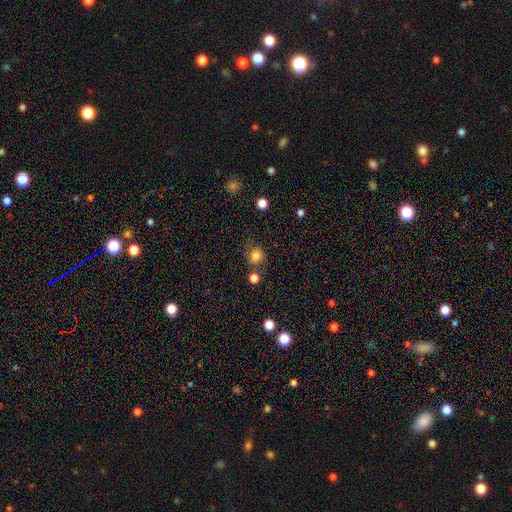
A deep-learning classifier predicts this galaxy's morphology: A smooth galaxy with no disk features (81%) that is round (77%).

Vote fractions:
- Smooth or featured? smooth: 81% / star or artifact: 12% / featured or disk: 8%
- How rounded? round: 77% / in between: 22% / cigar-shaped: 1%
- Merging? none: 66% / minor disturbance: 17% / merger: 11% / major disturbance: 7%